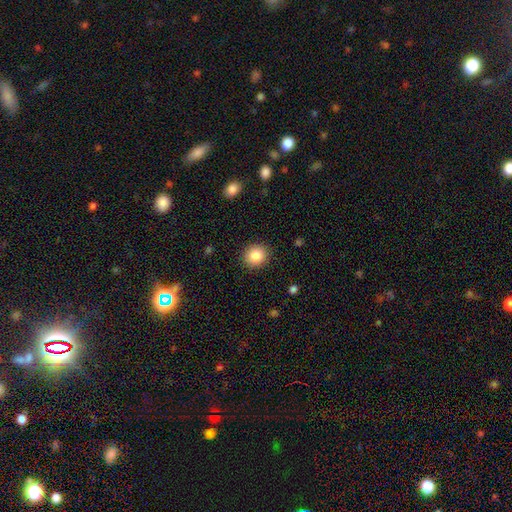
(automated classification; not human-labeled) A smooth galaxy with no disk features (86%) that is round (83%). Merging: none (90%).